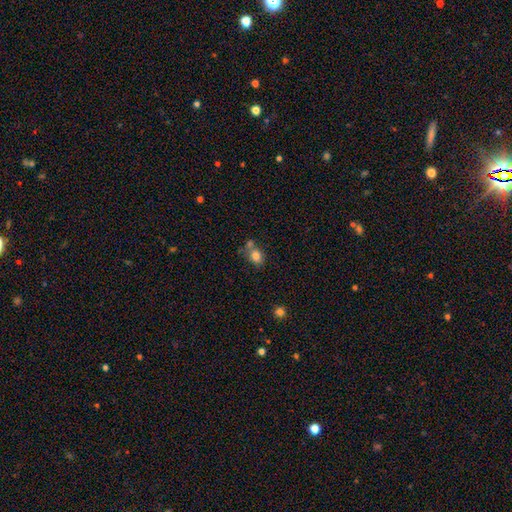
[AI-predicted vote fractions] Overall: smooth (81%). How rounded: in between (54%; round 45%). Merging: none (48%; merger 31%).